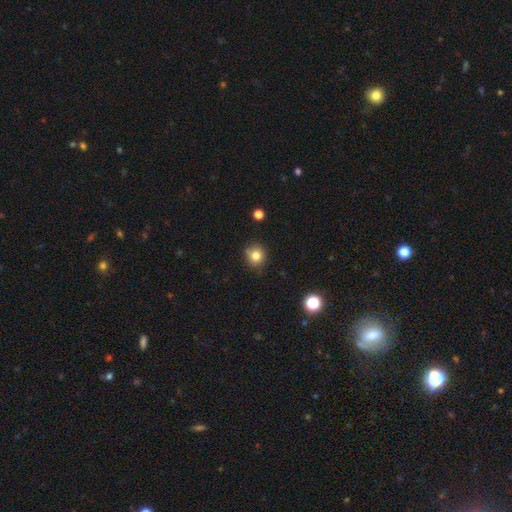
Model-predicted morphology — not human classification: The model was most divided on "merging": none: 80%, minor disturbance: 15%, merger: 3%, major disturbance: 3%. More confident: how rounded — round (85%); smooth or featured — smooth (81%).